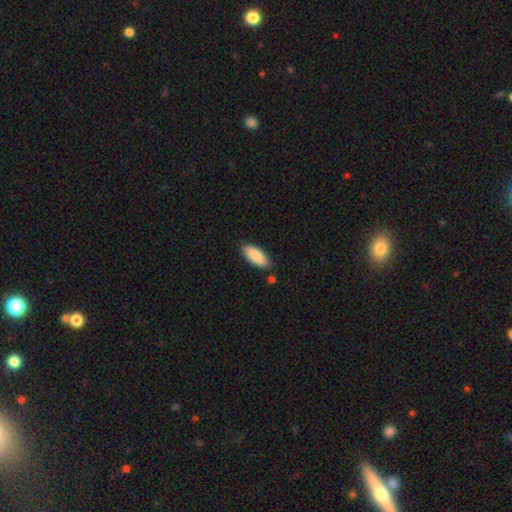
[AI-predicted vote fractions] This appears to be a smooth galaxy with no disk features (88%) that is in between round and cigar-shaped (83%). Merging: none (85%).